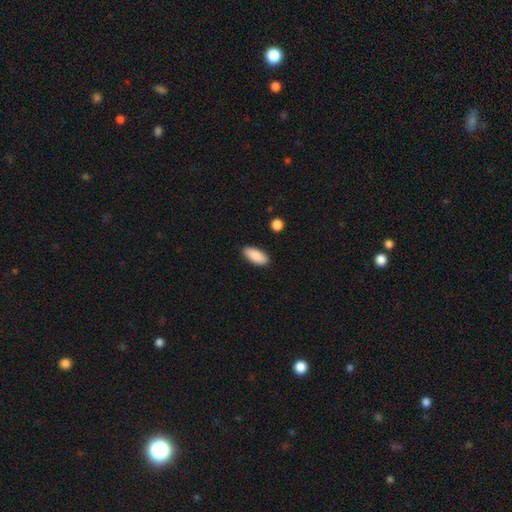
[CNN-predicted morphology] Smooth or featured? smooth (89%)
How rounded? in between (87%)
Merging? none (88%)